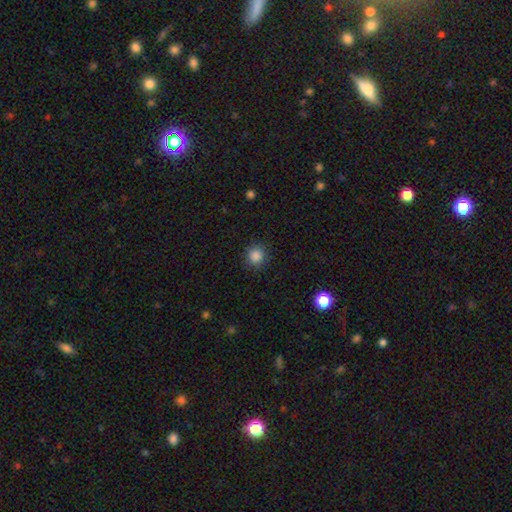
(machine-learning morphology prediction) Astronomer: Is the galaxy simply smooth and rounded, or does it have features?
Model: smooth — 86%.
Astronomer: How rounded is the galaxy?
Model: round — 89%.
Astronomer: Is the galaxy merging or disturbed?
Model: none — 88%.